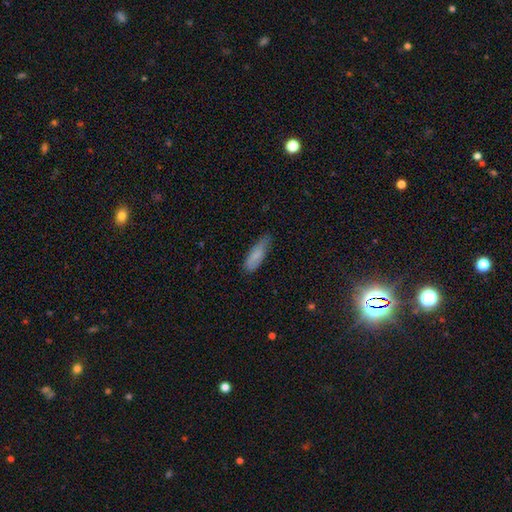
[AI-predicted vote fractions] A smooth galaxy with no disk features (81%) that is in between round and cigar-shaped (52%). Merging: none (65%).